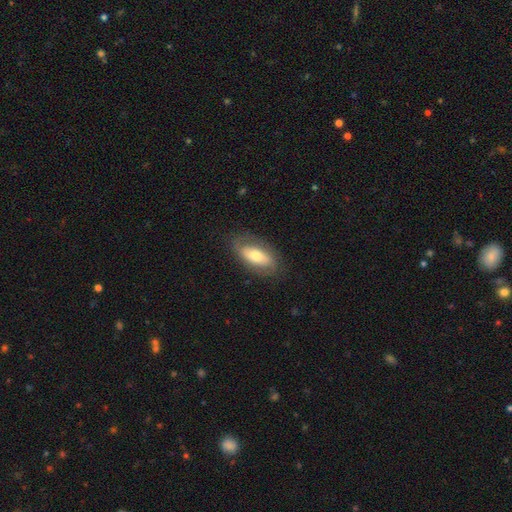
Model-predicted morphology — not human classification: The model was most divided on "smooth or featured": smooth: 50%, featured or disk: 44%, star or artifact: 6%. More confident: merging — none (77%).